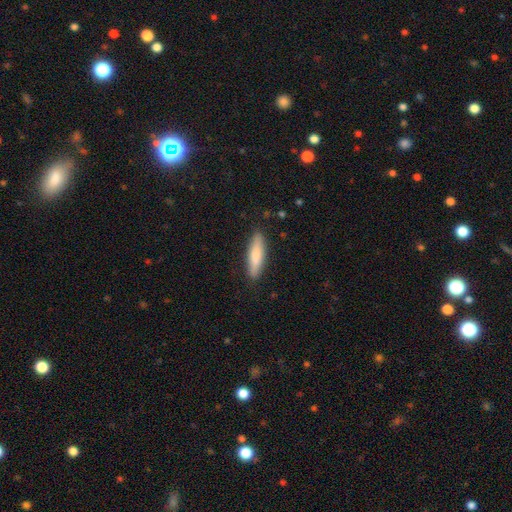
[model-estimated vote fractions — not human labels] A smooth galaxy with no disk features (79%) that is cigar-shaped (75%). Merging: none (88%).